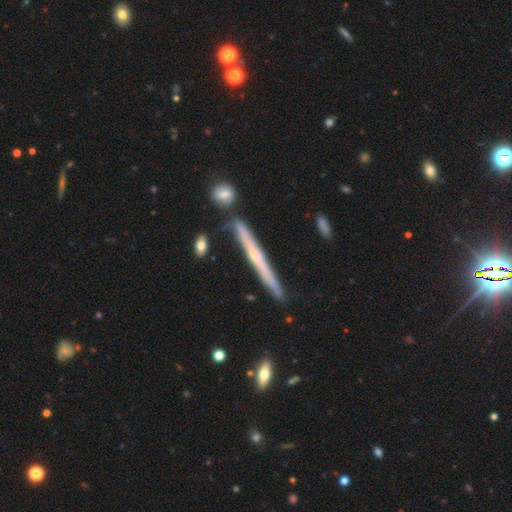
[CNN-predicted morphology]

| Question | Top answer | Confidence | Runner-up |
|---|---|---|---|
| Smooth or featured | featured or disk | 71% | smooth (23%) |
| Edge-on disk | yes | 96% | no (4%) |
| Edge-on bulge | rounded | 52% | none (44%) |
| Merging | none | 83% | minor disturbance (10%) |